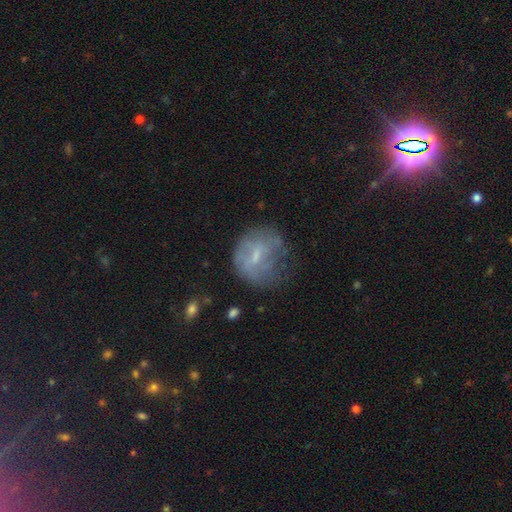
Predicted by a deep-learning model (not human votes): A smooth galaxy with no disk features (45%). Merging: none (45%).